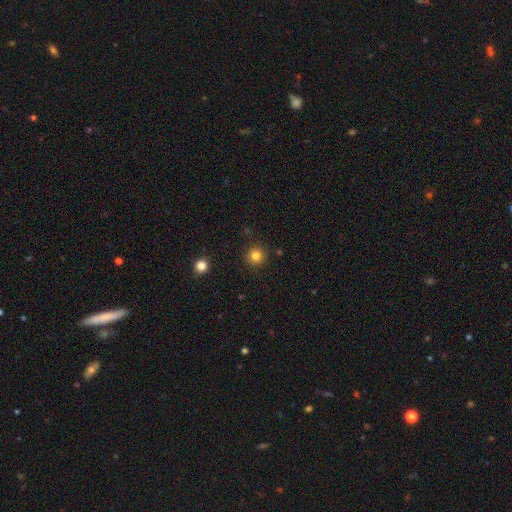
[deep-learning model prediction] A smooth galaxy with no disk features (82%) that is round (94%). Merging: none (91%).